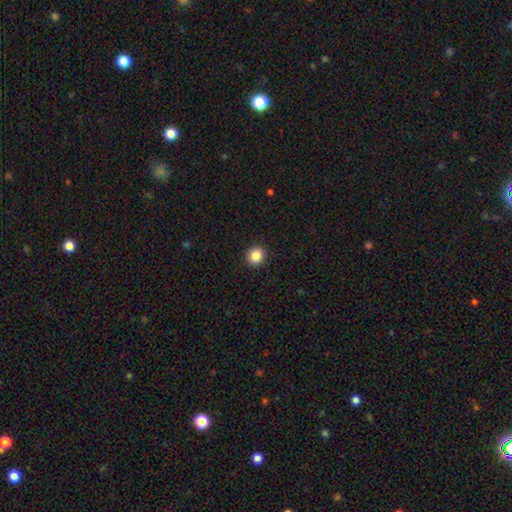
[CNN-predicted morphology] The model was most divided on "how rounded": round: 88%, in between: 11%, cigar-shaped: 1%. More confident: merging — none (92%); smooth or featured — smooth (87%).